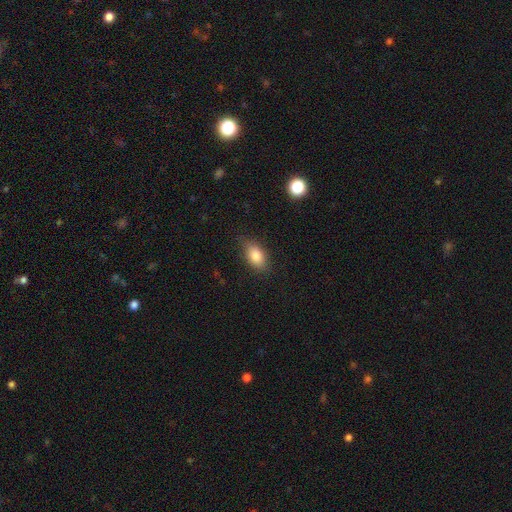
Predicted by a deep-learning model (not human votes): A smooth galaxy with no disk features (81%) that is in between round and cigar-shaped (86%).

Vote fractions:
- Smooth or featured? smooth: 81% / featured or disk: 10% / star or artifact: 8%
- How rounded? in between: 86% / round: 10% / cigar-shaped: 4%
- Merging? none: 76% / minor disturbance: 19% / major disturbance: 4% / merger: 1%